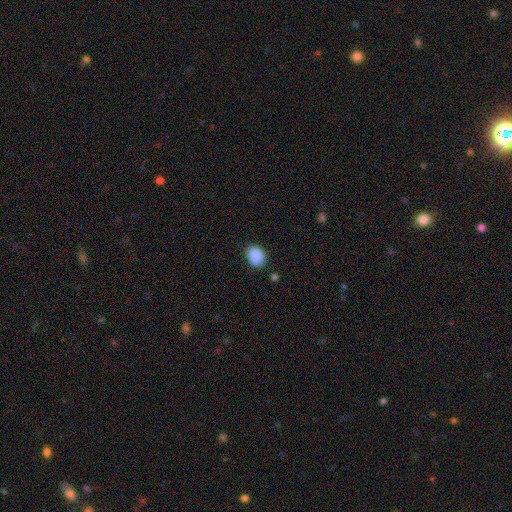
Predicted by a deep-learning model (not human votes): Q: Smooth or featured?
A: smooth (89%); runner-up: star or artifact (8%)
Q: How rounded?
A: in between (62%); runner-up: round (37%)
Q: Merging?
A: none (83%); runner-up: minor disturbance (12%)